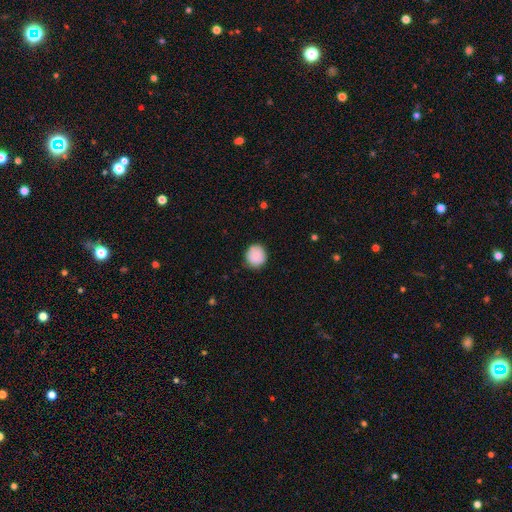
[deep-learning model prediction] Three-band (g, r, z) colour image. It shows a smooth galaxy with no disk features (89%) that is round (90%). Merging: none (86%).